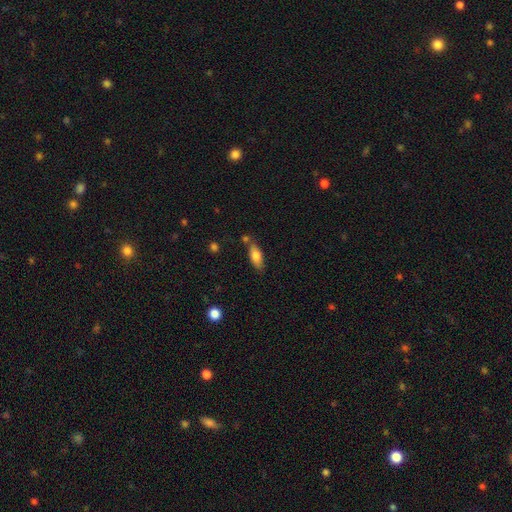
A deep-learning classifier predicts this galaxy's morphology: This appears to be a smooth galaxy with no disk features (78%) that is in between round and cigar-shaped (73%). Merging: none (67%).